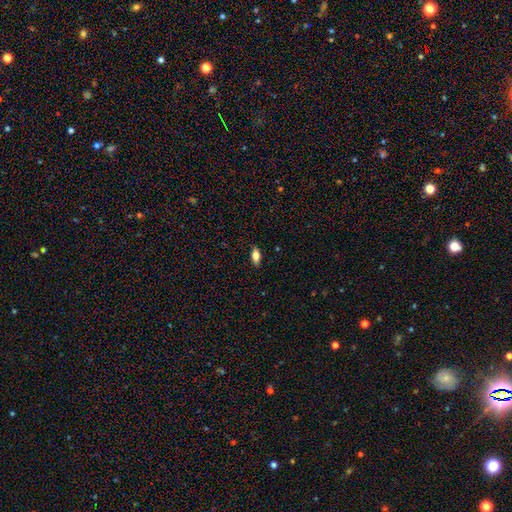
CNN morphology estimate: Smooth or featured: smooth — 75% (featured or disk — 17%)
How rounded: in between — 86% (cigar-shaped — 10%)
Merging: none — 87% (minor disturbance — 10%)